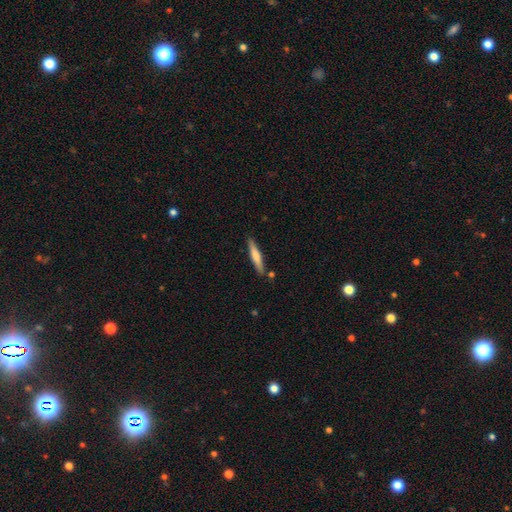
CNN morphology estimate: smooth_or_featured: smooth (p=0.63) [alt: featured or disk p=0.32]
how_rounded: cigar-shaped (p=0.91) [alt: in between p=0.08]
merging: none (p=0.85) [alt: minor disturbance p=0.10]